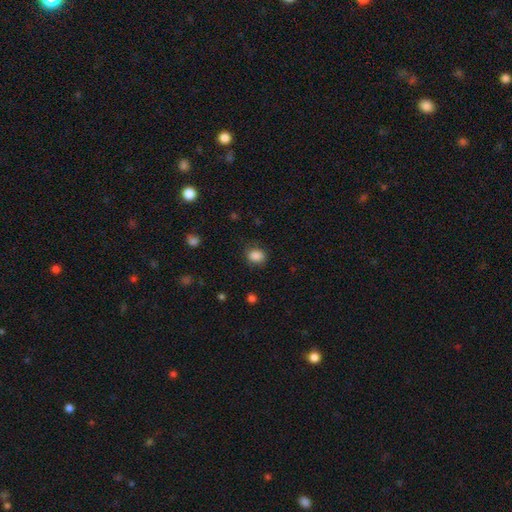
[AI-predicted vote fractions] This appears to be a smooth galaxy with no disk features (86%) that is round (61%). Merging: none (79%).